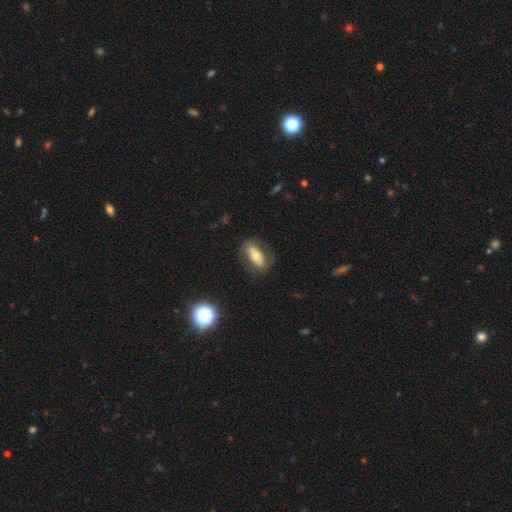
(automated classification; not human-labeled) Smooth or featured?
  - smooth: 54% *
  - featured or disk: 38%
  - star or artifact: 8%
How rounded?
  - in between: 85% *
  - cigar-shaped: 9%
  - round: 6%
Merging?
  - none: 72% *
  - minor disturbance: 17%
  - major disturbance: 9%
  - merger: 2%